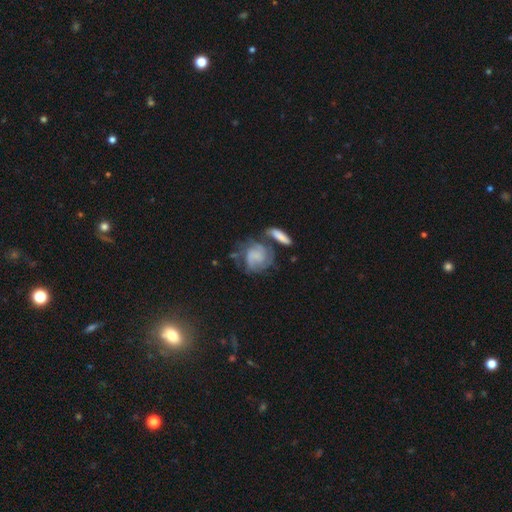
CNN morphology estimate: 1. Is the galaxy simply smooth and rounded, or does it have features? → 59% featured or disk, 33% smooth, 8% star or artifact.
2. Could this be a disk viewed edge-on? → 96% no, 4% yes.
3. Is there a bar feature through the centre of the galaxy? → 71% no, 23% weak, 6% strong.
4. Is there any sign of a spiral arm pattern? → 80% yes, 20% no.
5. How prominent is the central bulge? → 51% none, 26% small, 13% moderate, 7% large, 2% dominant.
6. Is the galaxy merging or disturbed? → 45% none, 20% minor disturbance, 18% major disturbance, 16% merger.